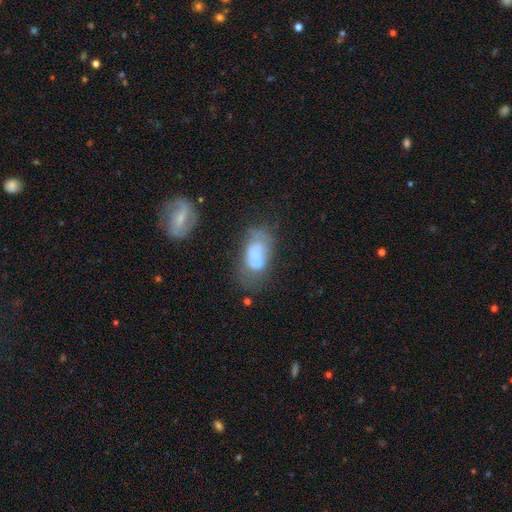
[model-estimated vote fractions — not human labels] A smooth galaxy with no disk features (50%) that is in between round and cigar-shaped (89%). Merging: none (37%).